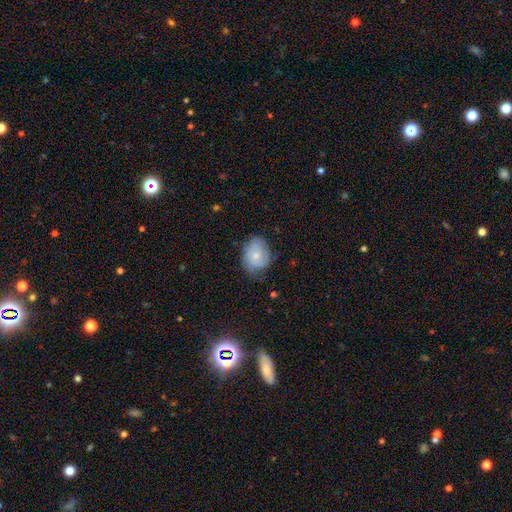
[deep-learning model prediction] A smooth galaxy with no disk features (63%) that is in between round and cigar-shaped (54%).

Vote fractions:
- Smooth or featured? smooth: 63% / featured or disk: 30% / star or artifact: 7%
- How rounded? in between: 54% / round: 45% / cigar-shaped: 1%
- Merging? none: 58% / minor disturbance: 31% / major disturbance: 9% / merger: 1%